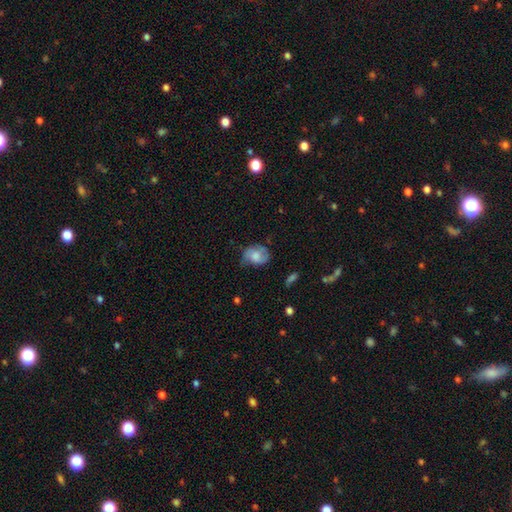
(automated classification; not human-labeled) Overall: smooth (54%; featured or disk 39%). How rounded: in between (59%; round 39%). Merging: none (48%; minor disturbance 35%).